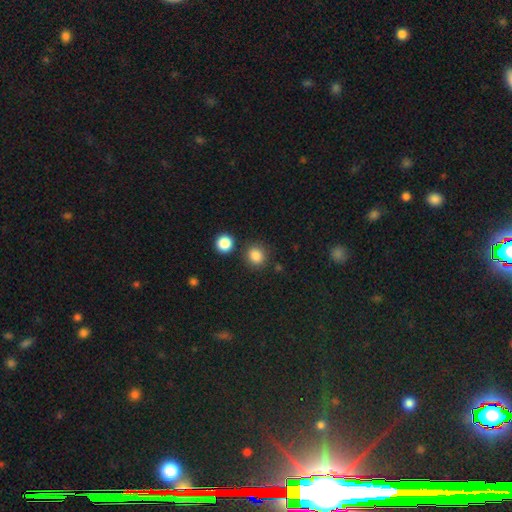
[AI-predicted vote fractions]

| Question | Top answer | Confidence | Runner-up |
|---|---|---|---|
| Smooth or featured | smooth | 85% | star or artifact (11%) |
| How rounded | round | 85% | in between (14%) |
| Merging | none | 84% | minor disturbance (8%) |